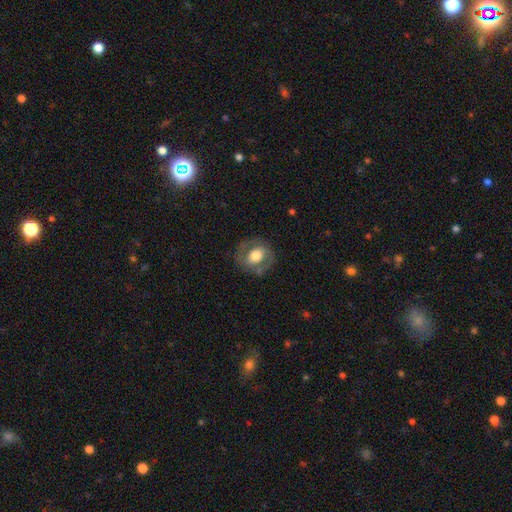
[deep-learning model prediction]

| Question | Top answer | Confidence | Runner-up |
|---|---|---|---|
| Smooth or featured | smooth | 49% | featured or disk (44%) |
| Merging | none | 74% | minor disturbance (16%) |